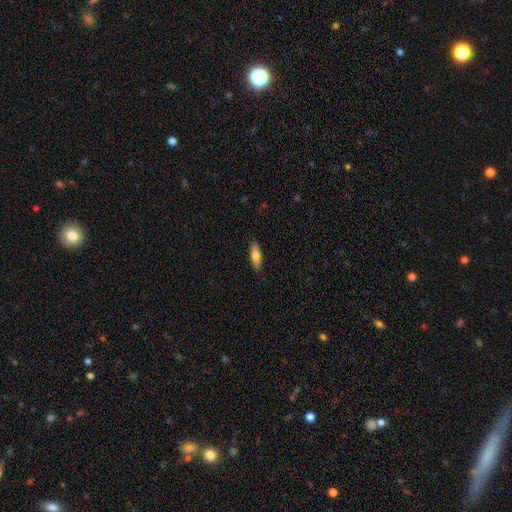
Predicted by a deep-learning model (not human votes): smooth_or_featured: smooth (p=0.78) [alt: featured or disk p=0.16]
how_rounded: in between (p=0.61) [alt: cigar-shaped p=0.37]
merging: none (p=0.89) [alt: minor disturbance p=0.09]